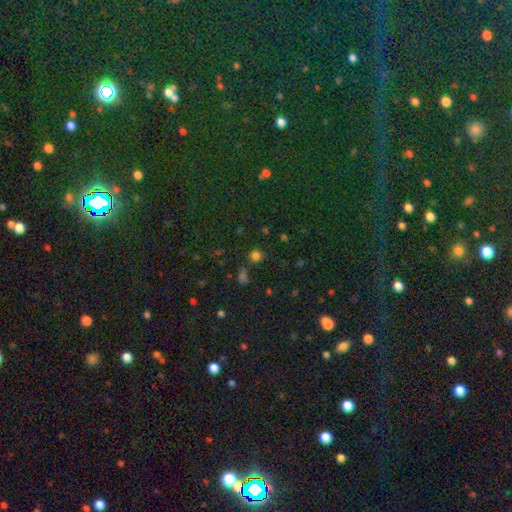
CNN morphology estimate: smooth-or-featured: smooth: 72% | star or artifact: 23% | featured or disk: 5%
  how-rounded: round: 84% | in between: 15% | cigar-shaped: 1%
  merging: none: 77% | minor disturbance: 11% | merger: 8% | major disturbance: 4%